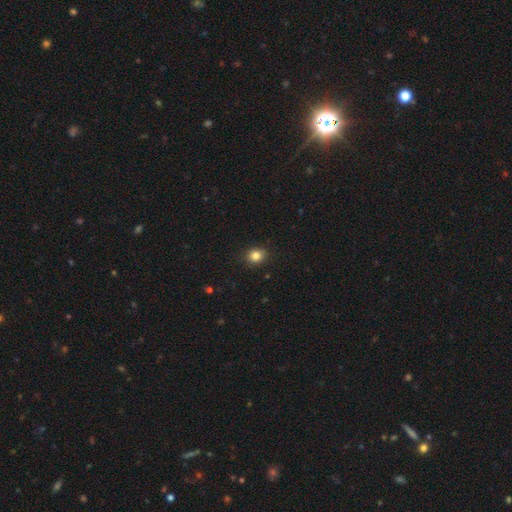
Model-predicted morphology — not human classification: Overall: smooth (84%). How rounded: round (65%; in between 35%). Merging: none (89%).